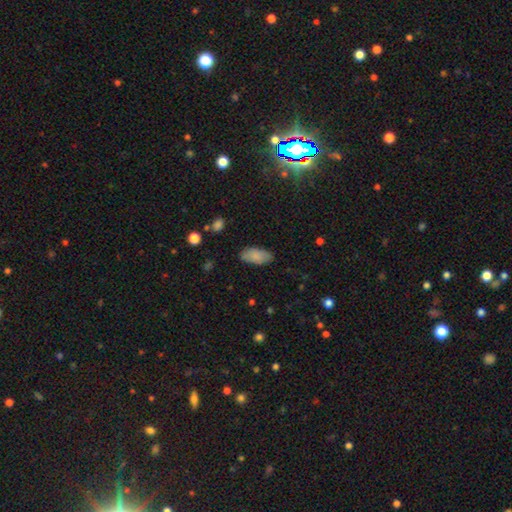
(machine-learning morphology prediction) smooth_or_featured: smooth (p=0.85) [alt: featured or disk p=0.08]
how_rounded: in between (p=0.91) [alt: cigar-shaped p=0.06]
merging: none (p=0.82) [alt: minor disturbance p=0.13]